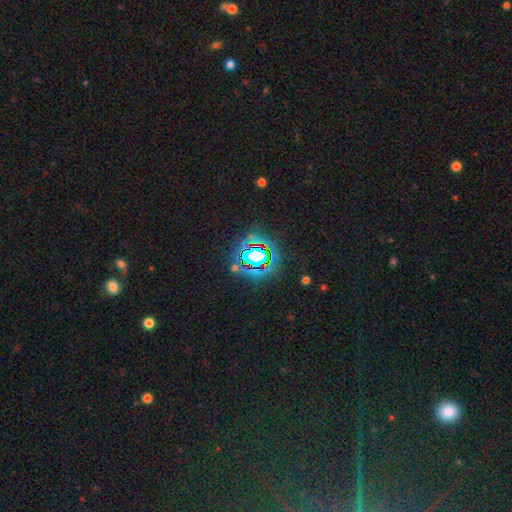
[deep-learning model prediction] Smooth or featured?
  - star or artifact: 72% *
  - smooth: 16%
  - featured or disk: 12%